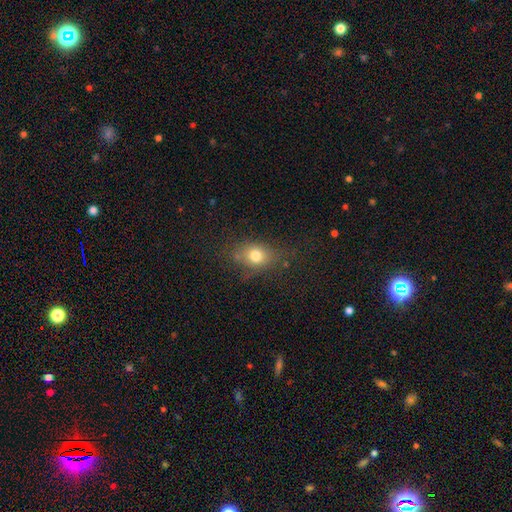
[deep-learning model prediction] Overall: smooth (75%). How rounded: in between (54%; round 44%). Merging: none (69%).